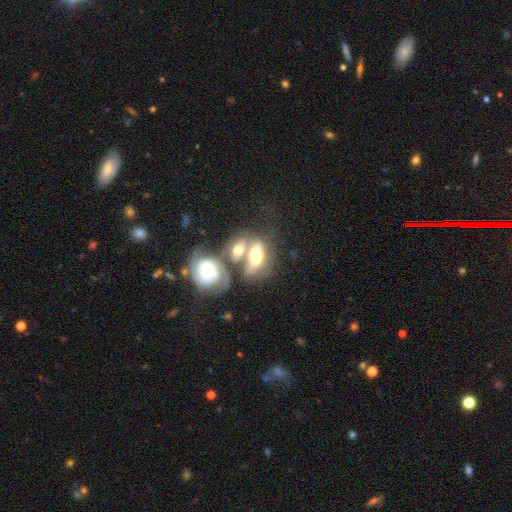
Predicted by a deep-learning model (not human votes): Morphology: type=featured or disk (51%); edge-on=no (79%); merging=merger (65%).